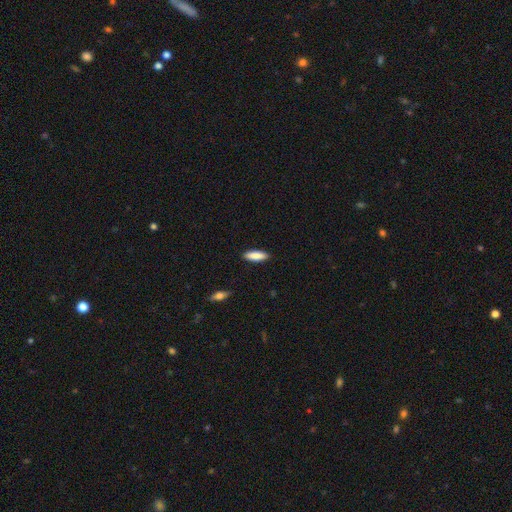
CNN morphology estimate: A smooth galaxy with no disk features (87%) that is in between round and cigar-shaped (55%).

Vote fractions:
- Smooth or featured? smooth: 87% / featured or disk: 7% / star or artifact: 6%
- How rounded? in between: 55% / cigar-shaped: 43% / round: 2%
- Merging? none: 89% / minor disturbance: 8% / major disturbance: 2% / merger: 1%